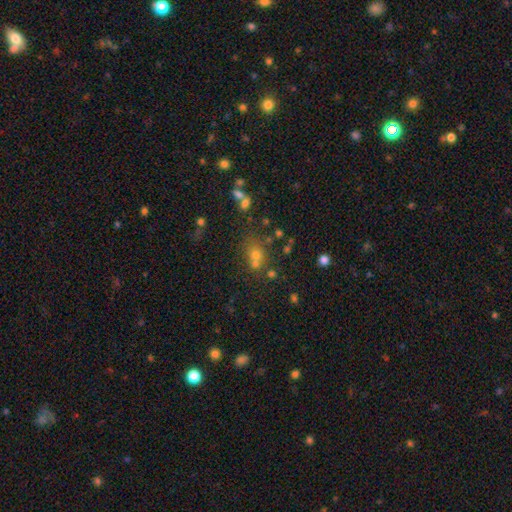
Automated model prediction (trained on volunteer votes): smooth-or-featured: smooth: 54% | star or artifact: 32% | featured or disk: 14%
  how-rounded: round: 75% | in between: 23% | cigar-shaped: 1%
  merging: none: 54% | merger: 30% | minor disturbance: 10% | major disturbance: 5%